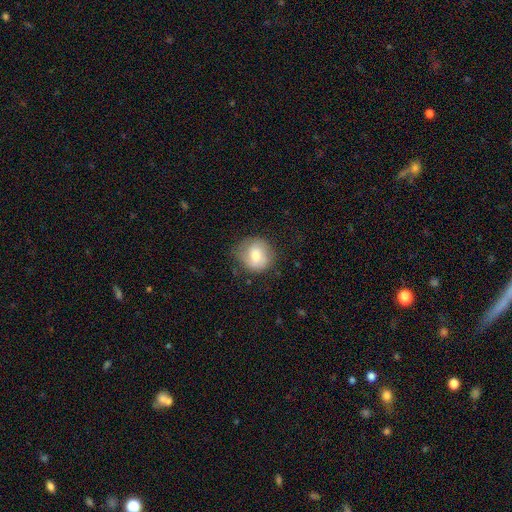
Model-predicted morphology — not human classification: smooth-or-featured: smooth: 63% | featured or disk: 29% | star or artifact: 8%
  how-rounded: round: 84% | in between: 15% | cigar-shaped: 1%
  merging: none: 71% | minor disturbance: 21% | major disturbance: 7% | merger: 1%